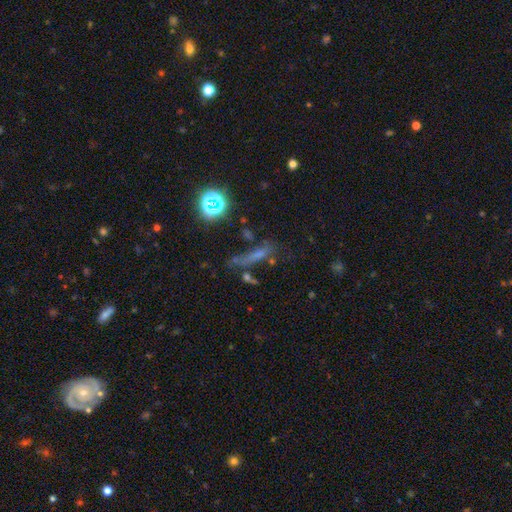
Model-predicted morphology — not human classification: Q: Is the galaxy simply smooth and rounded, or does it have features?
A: smooth — 41%.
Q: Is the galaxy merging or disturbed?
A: none — 59%.